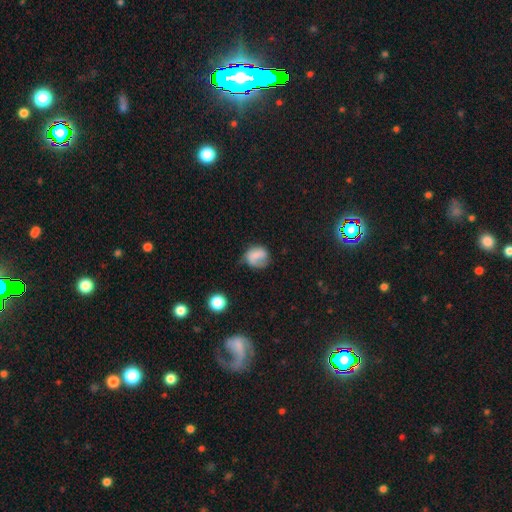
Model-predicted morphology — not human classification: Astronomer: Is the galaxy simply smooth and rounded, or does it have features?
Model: smooth — 67%.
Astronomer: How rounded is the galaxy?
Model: round — 58% (runner-up: in between, 41%).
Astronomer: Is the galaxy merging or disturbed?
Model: none — 44% (runner-up: minor disturbance, 31%).